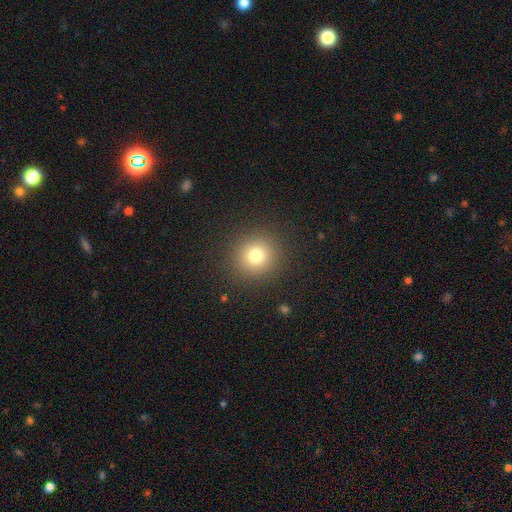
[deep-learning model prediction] Morphology: type=smooth (76%); roundness=round (93%); merging=none (90%).